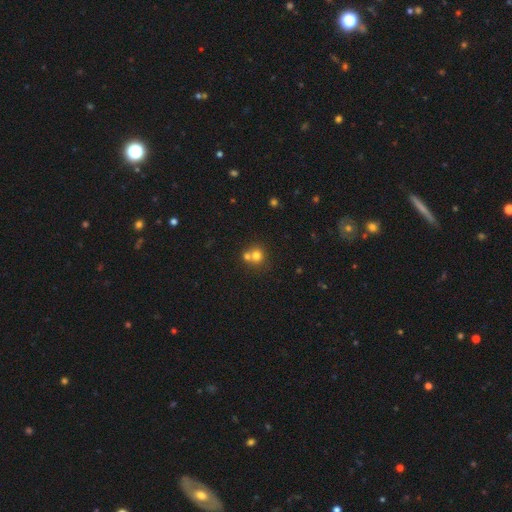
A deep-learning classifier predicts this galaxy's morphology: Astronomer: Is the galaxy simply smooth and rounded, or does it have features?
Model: smooth — 73%.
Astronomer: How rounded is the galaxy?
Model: round — 85%.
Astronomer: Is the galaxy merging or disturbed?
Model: merger — 48% (runner-up: none, 43%).